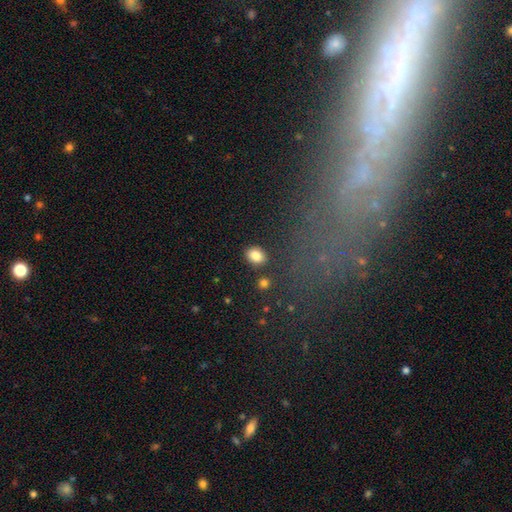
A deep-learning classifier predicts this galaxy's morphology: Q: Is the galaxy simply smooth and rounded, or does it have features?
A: smooth — 84%.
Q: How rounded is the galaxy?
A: in between — 61%.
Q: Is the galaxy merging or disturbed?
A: none — 85%.